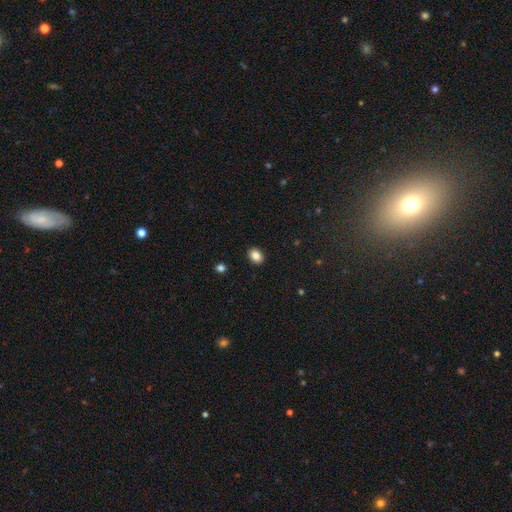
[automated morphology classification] smooth-or-featured: smooth: 86% | star or artifact: 9% | featured or disk: 5%
  how-rounded: in between: 58% | round: 41% | cigar-shaped: 1%
  merging: none: 91% | minor disturbance: 6% | major disturbance: 2% | merger: 1%